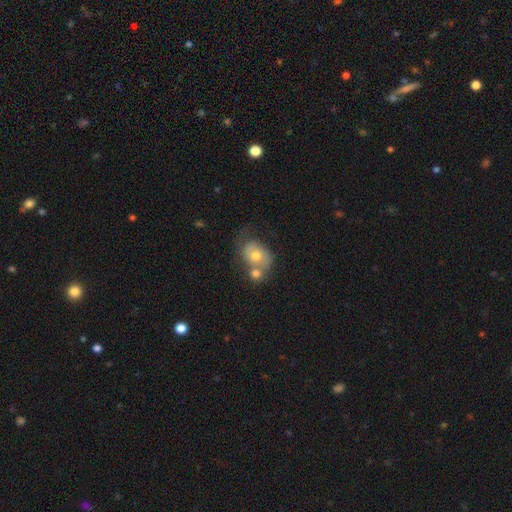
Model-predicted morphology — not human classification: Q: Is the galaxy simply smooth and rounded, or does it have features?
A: smooth — 56%.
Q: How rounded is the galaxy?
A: in between — 50%.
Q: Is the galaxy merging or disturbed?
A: merger — 44%.